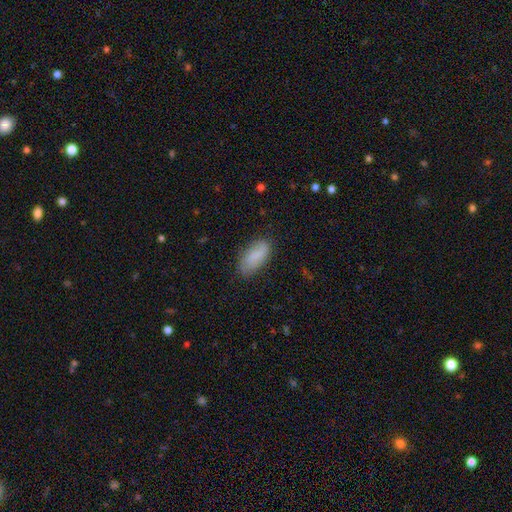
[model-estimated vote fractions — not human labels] Q: Smooth or featured?
A: smooth (80%); runner-up: featured or disk (14%)
Q: How rounded?
A: in between (89%); runner-up: cigar-shaped (9%)
Q: Merging?
A: none (76%); runner-up: minor disturbance (19%)